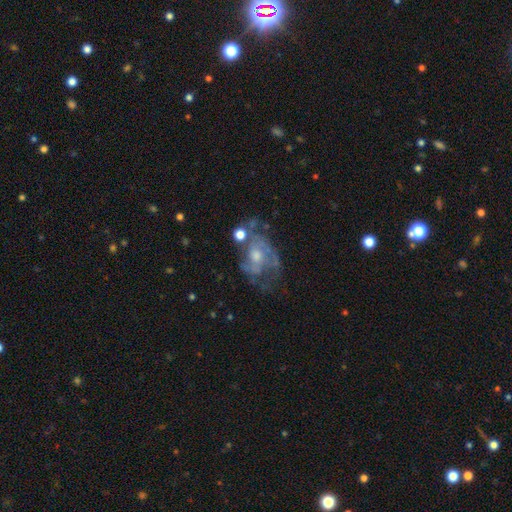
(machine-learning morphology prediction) Smooth or featured? featured or disk (77%)
Edge-on disk? no (97%)
Bar? no (69%)
Spiral arms? yes (80%)
Spiral winding? medium (47%)
Spiral arm count? 2 (36%)
Bulge size? moderate (55%)
Merging? none (48%)